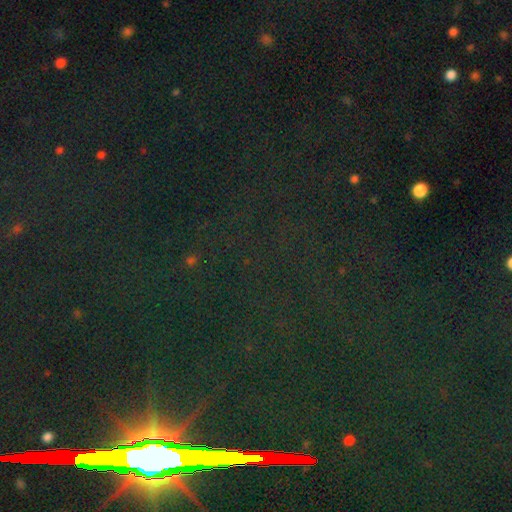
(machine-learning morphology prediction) Overall: star or artifact (82%).